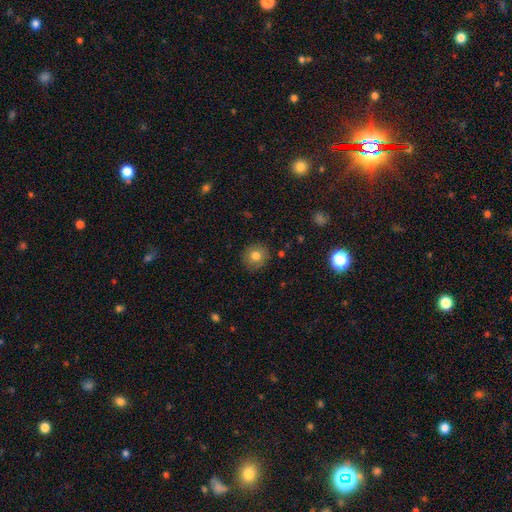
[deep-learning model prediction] Smooth or featured?
  - smooth: 79% *
  - star or artifact: 11%
  - featured or disk: 10%
How rounded?
  - round: 90% *
  - in between: 9%
  - cigar-shaped: 1%
Merging?
  - none: 88% *
  - minor disturbance: 9%
  - major disturbance: 2%
  - merger: 1%